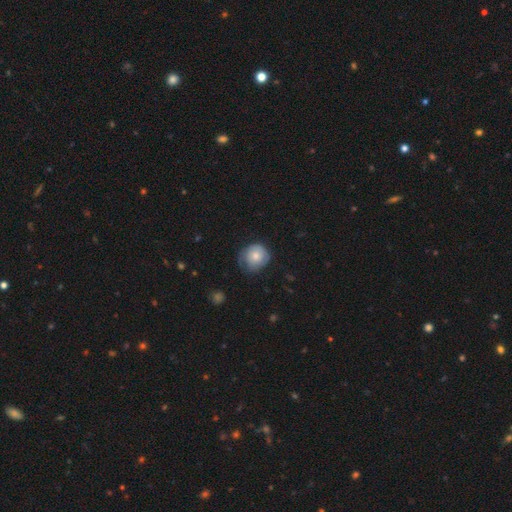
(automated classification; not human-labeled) smooth-or-featured: smooth: 71% | featured or disk: 22% | star or artifact: 7%
  how-rounded: round: 81% | in between: 18% | cigar-shaped: 1%
  merging: none: 55% | minor disturbance: 33% | major disturbance: 11% | merger: 1%